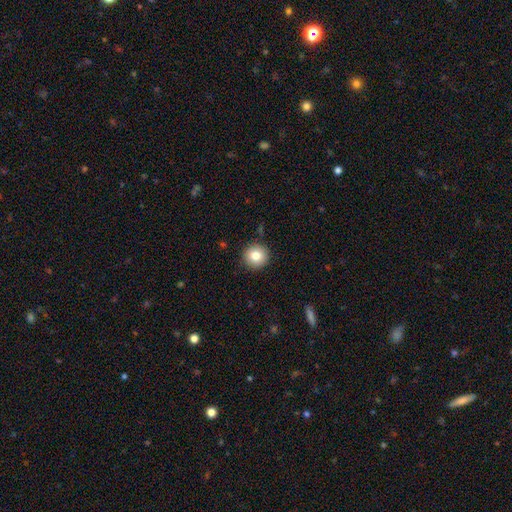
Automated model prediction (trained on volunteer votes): Smooth or featured? smooth (81%)
How rounded? round (95%)
Merging? none (91%)